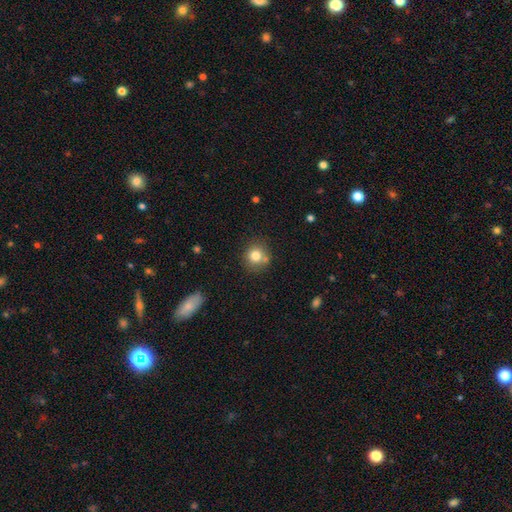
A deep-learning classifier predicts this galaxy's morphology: Smooth or featured: smooth — 79% (star or artifact — 11%)
How rounded: round — 88% (in between — 11%)
Merging: none — 71% (merger — 14%)